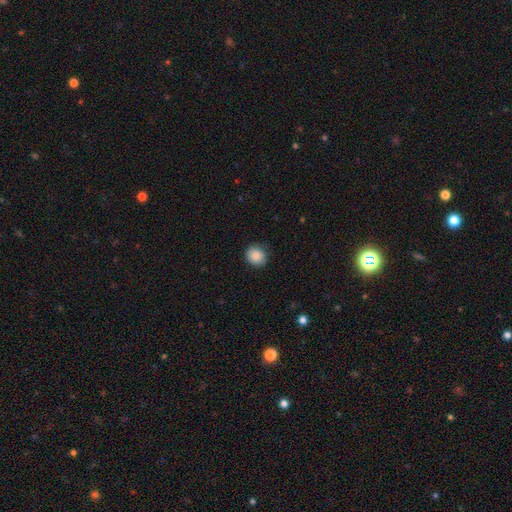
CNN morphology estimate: This is clearly a smooth galaxy (87%). How rounded: likely round (78%). Merging: clearly none (87%).